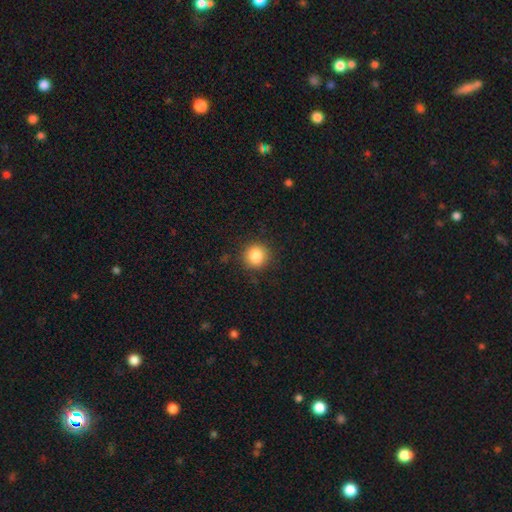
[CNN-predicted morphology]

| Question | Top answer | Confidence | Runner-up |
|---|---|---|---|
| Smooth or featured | smooth | 86% | star or artifact (10%) |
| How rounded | round | 92% | in between (7%) |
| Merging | none | 88% | minor disturbance (8%) |